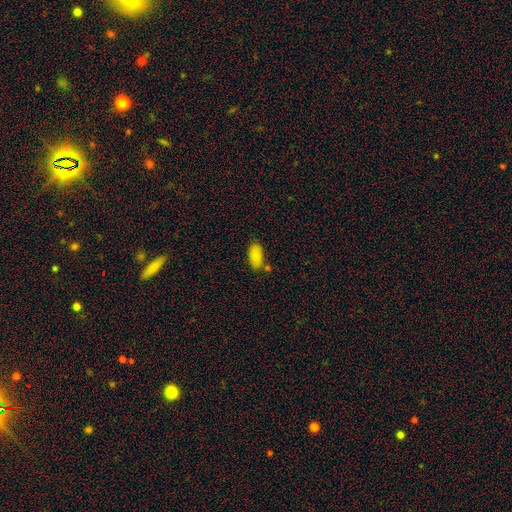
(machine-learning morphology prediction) This is clearly a smooth galaxy (85%). How rounded: clearly in between (93%). Merging: likely none (69%).